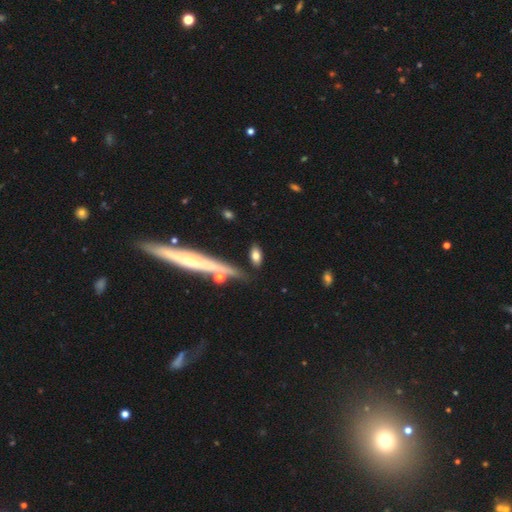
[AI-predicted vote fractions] Smooth or featured: smooth — 75% (featured or disk — 17%)
How rounded: in between — 79% (cigar-shaped — 16%)
Merging: none — 76% (minor disturbance — 13%)